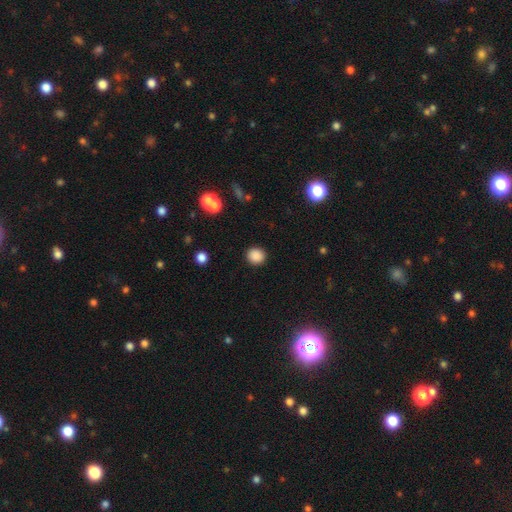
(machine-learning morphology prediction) This appears to be a smooth galaxy with no disk features (86%) that is round (88%). Merging: none (90%).